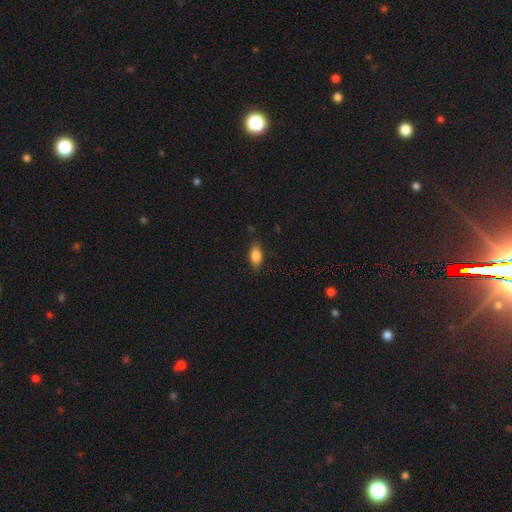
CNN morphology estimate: Smooth or featured: smooth — 84% (featured or disk — 8%)
How rounded: in between — 87% (round — 7%)
Merging: none — 82% (minor disturbance — 14%)